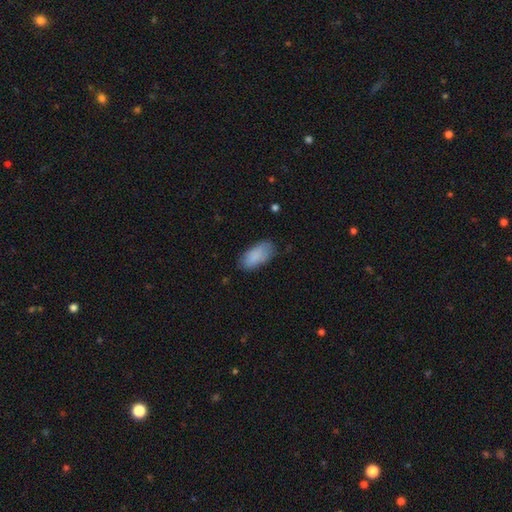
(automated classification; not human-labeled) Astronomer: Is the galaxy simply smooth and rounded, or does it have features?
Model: smooth — 86%.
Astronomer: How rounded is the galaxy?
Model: in between — 92%.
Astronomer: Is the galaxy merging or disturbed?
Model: none — 73%.